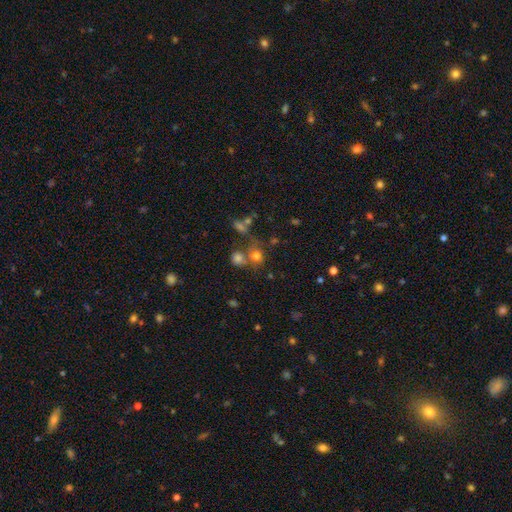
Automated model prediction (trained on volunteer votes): smooth-or-featured: smooth: 70% | star or artifact: 18% | featured or disk: 12%
  how-rounded: round: 75% | in between: 23% | cigar-shaped: 1%
  merging: none: 52% | merger: 29% | minor disturbance: 12% | major disturbance: 7%